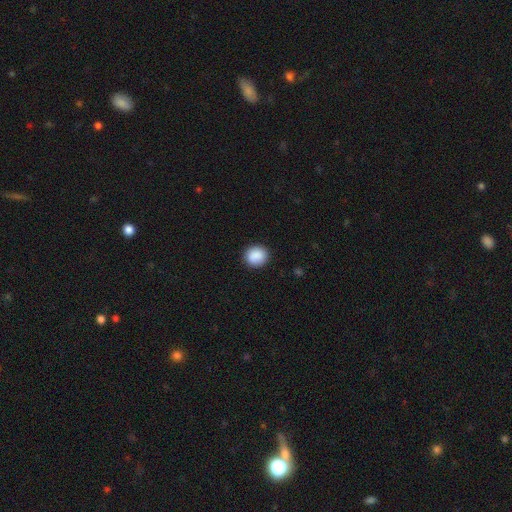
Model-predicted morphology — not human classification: Smooth or featured? Predicted: smooth (p=0.90). How rounded? Predicted: round (p=0.82). Merging? Predicted: none (p=0.90).